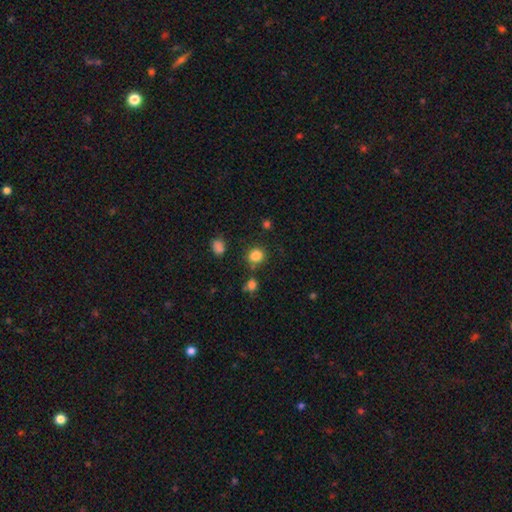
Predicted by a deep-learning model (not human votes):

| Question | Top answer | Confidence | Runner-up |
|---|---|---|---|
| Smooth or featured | smooth | 83% | star or artifact (12%) |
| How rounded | round | 79% | in between (20%) |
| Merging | none | 78% | minor disturbance (11%) |